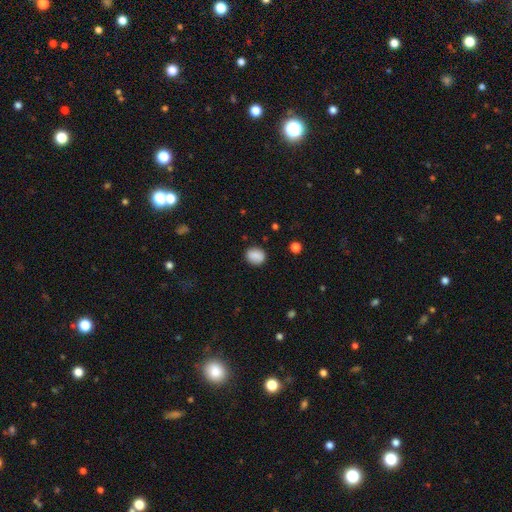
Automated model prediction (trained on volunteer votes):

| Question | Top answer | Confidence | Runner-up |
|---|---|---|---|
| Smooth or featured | smooth | 86% | star or artifact (8%) |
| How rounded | round | 61% | in between (37%) |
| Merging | none | 84% | minor disturbance (11%) |